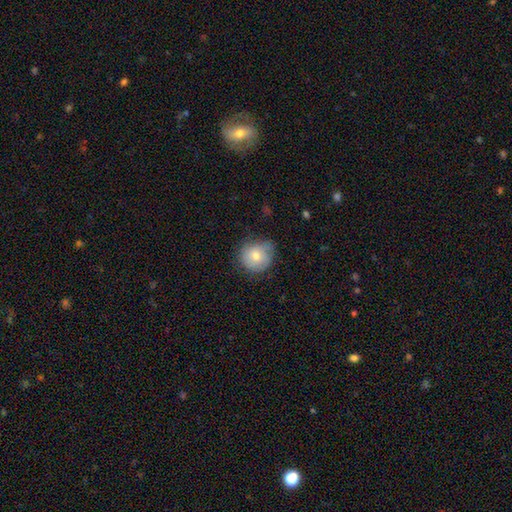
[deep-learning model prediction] smooth_or_featured: smooth (p=0.73) [alt: featured or disk p=0.19]
how_rounded: round (p=0.84) [alt: in between p=0.15]
merging: none (p=0.61) [alt: minor disturbance p=0.30]